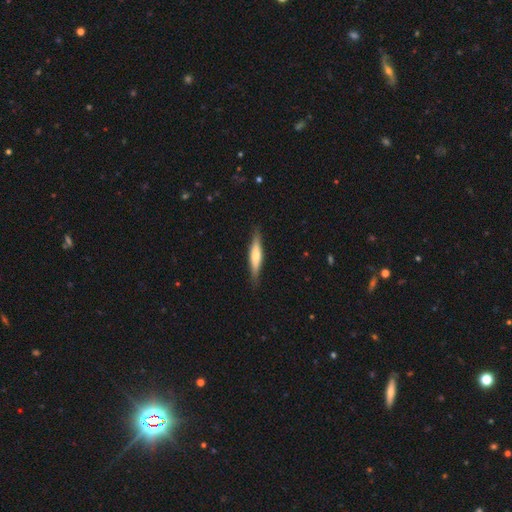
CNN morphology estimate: smooth-or-featured: featured or disk: 48% | smooth: 47% | star or artifact: 6%
  merging: none: 87% | minor disturbance: 10% | major disturbance: 2% | merger: 1%